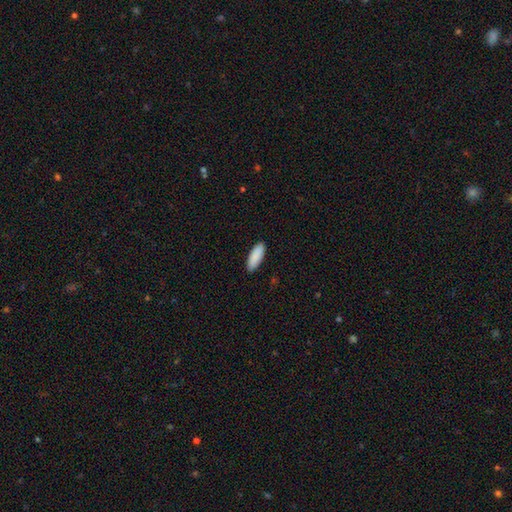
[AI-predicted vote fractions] Smooth or featured? Predicted: smooth (p=0.90). How rounded? Predicted: in between (p=0.72). Merging? Predicted: none (p=0.90).